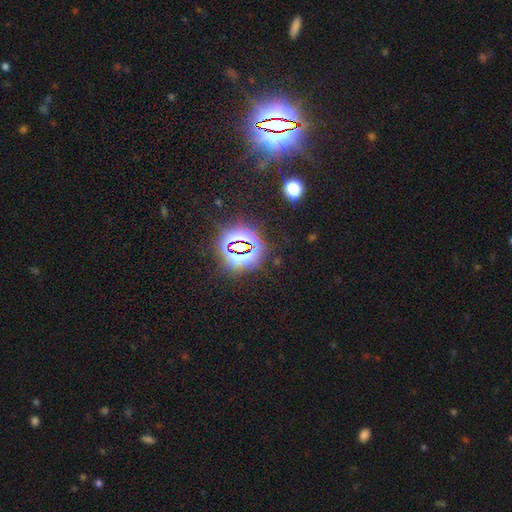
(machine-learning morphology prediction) The model was most divided on "smooth or featured": star or artifact: 83%, smooth: 10%, featured or disk: 7%.